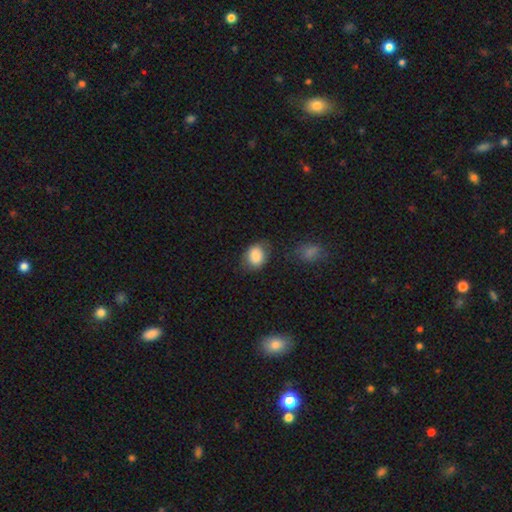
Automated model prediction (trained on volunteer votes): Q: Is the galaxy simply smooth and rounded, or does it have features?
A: smooth — 86%.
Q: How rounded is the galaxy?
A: in between — 55%.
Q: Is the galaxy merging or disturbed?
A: none — 69%.